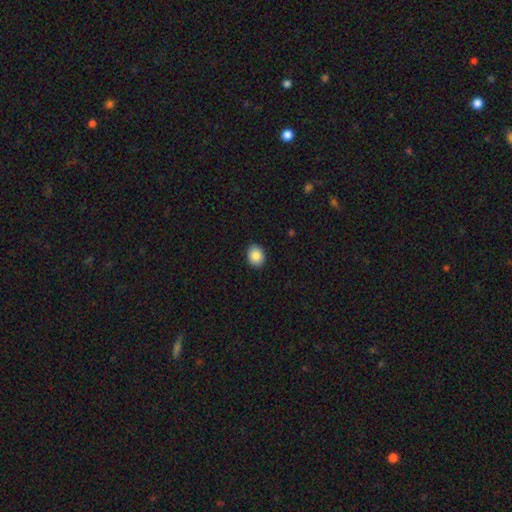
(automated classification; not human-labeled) A smooth galaxy with no disk features (87%) that is round (54%).

Vote fractions:
- Smooth or featured? smooth: 87% / star or artifact: 8% / featured or disk: 4%
- How rounded? round: 54% / in between: 46% / cigar-shaped: 1%
- Merging? none: 89% / minor disturbance: 8% / major disturbance: 2% / merger: 1%